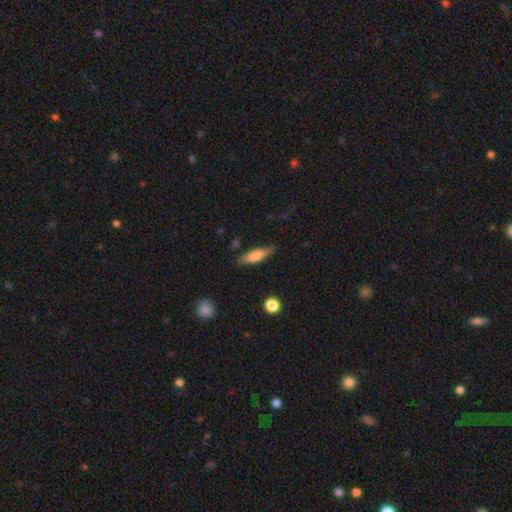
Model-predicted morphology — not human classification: Overall: smooth (73%). How rounded: cigar-shaped (53%; in between 45%). Merging: none (79%).